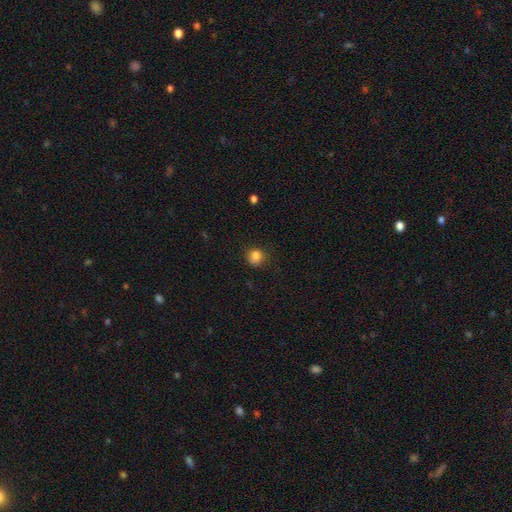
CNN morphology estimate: smooth-or-featured: smooth: 82% | star or artifact: 12% | featured or disk: 7%
  how-rounded: round: 84% | in between: 15% | cigar-shaped: 1%
  merging: none: 70% | minor disturbance: 21% | major disturbance: 6% | merger: 3%